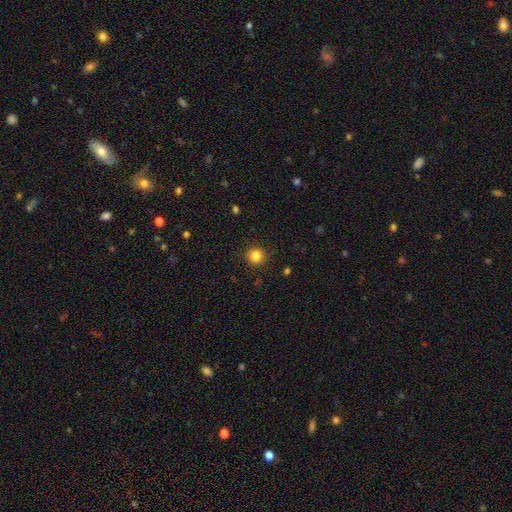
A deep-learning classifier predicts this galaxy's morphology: type=smooth (84%); roundness=round (92%); merging=none (89%).